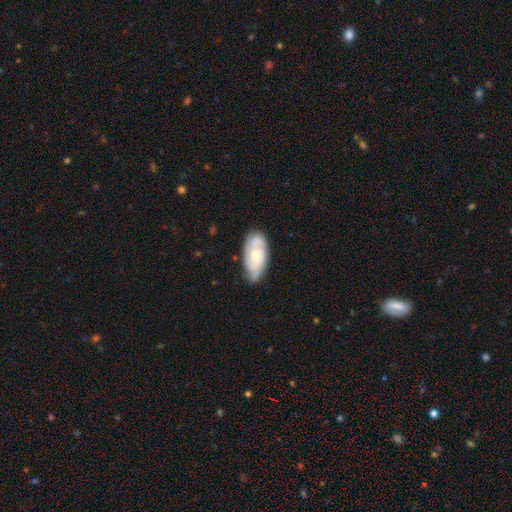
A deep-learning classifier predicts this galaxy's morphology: Q: Smooth or featured?
A: featured or disk (60%); runner-up: smooth (34%)
Q: Edge-on disk?
A: no (93%); runner-up: yes (7%)
Q: Bar?
A: no (75%); runner-up: weak (21%)
Q: Spiral arms?
A: yes (86%); runner-up: no (14%)
Q: Bulge size?
A: moderate (49%); runner-up: small (45%)
Q: Merging?
A: none (71%); runner-up: minor disturbance (22%)